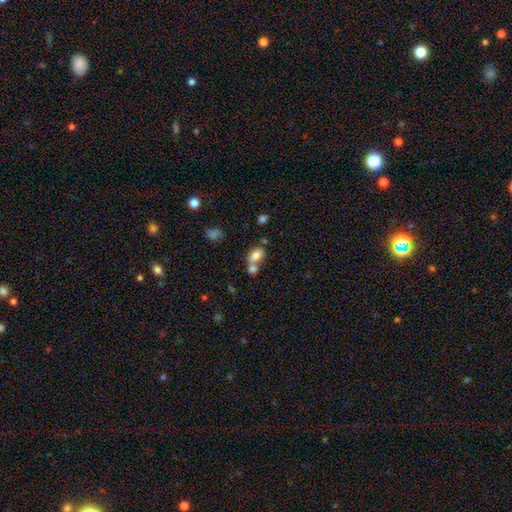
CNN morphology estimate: Smooth or featured? smooth (76%)
How rounded? in between (86%)
Merging? merger (53%)